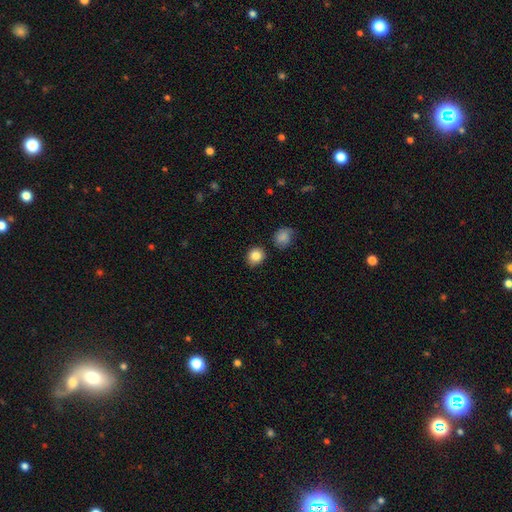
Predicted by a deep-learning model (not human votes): This is clearly a smooth galaxy (86%). How rounded: likely round (78%). Merging: clearly none (85%).